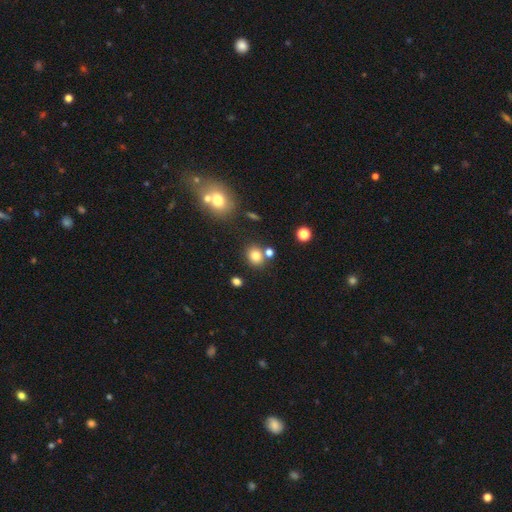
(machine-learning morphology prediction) Smooth or featured: smooth — 79% (star or artifact — 14%)
How rounded: round — 74% (in between — 25%)
Merging: none — 72% (merger — 14%)